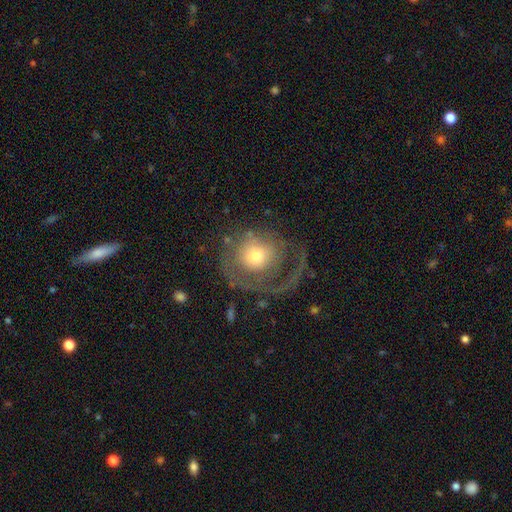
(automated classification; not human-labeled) The model was most divided on "merging" (2-way tie): major disturbance: 40%, none: 40%, minor disturbance: 17%, merger: 3%. More confident: edge-on disk — no (96%); bar — no (81%); spiral arms — yes (60%); bulge size — moderate (59%); smooth or featured — featured or disk (53%).